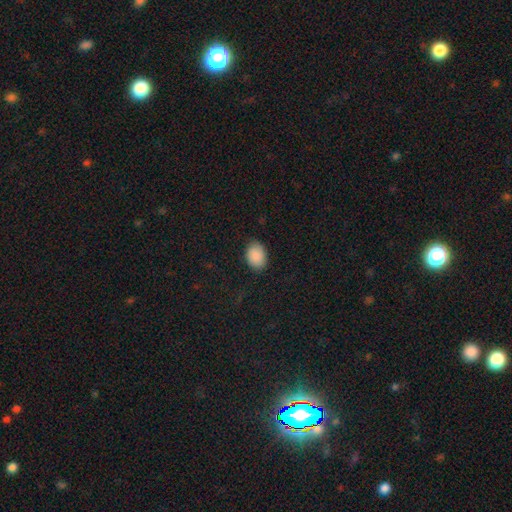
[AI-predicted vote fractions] smooth 90%, star or artifact 7%, featured or disk 3%. Down the decision tree: how rounded — in between (75%); merging — none (84%).